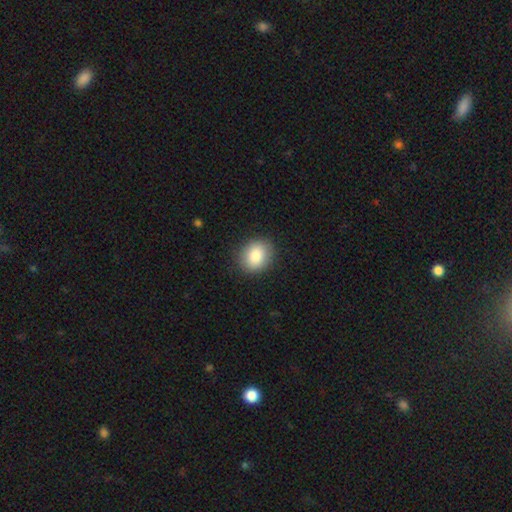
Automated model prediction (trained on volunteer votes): Overall: smooth (85%). How rounded: round (63%; in between 36%). Merging: none (88%).